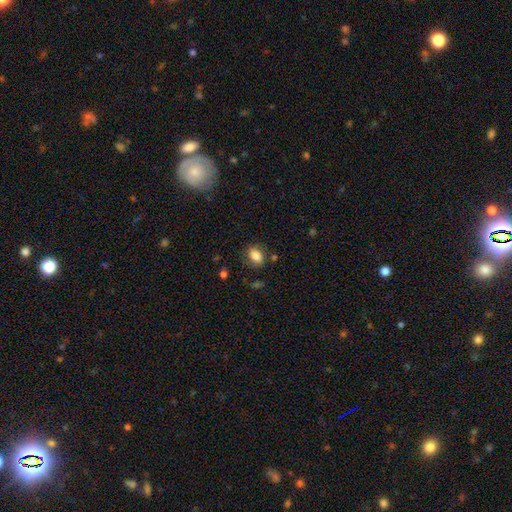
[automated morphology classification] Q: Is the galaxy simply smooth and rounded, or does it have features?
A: smooth — 84%.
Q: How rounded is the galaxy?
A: in between — 81%.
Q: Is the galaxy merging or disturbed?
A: none — 78%.